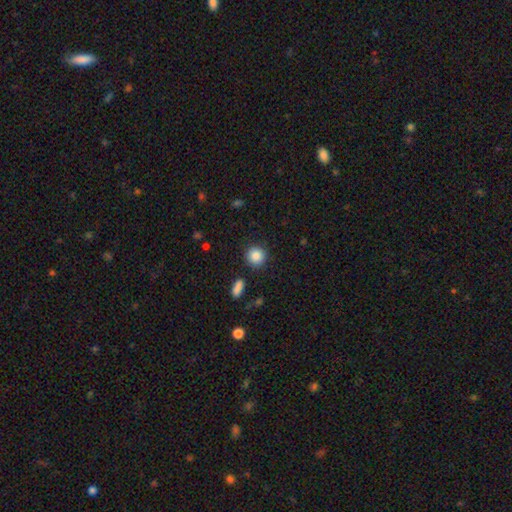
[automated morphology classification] smooth-or-featured: smooth: 87% | star or artifact: 9% | featured or disk: 4%
  how-rounded: round: 91% | in between: 8% | cigar-shaped: 1%
  merging: none: 89% | minor disturbance: 7% | major disturbance: 3% | merger: 2%